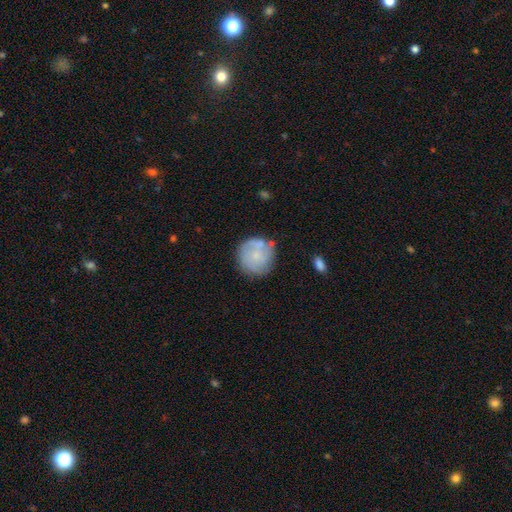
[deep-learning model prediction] A smooth galaxy with no disk features (59%) that is round (93%).

Vote fractions:
- Smooth or featured? smooth: 59% / featured or disk: 34% / star or artifact: 7%
- How rounded? round: 93% / in between: 6% / cigar-shaped: 1%
- Merging? none: 69% / minor disturbance: 19% / major disturbance: 6% / merger: 6%